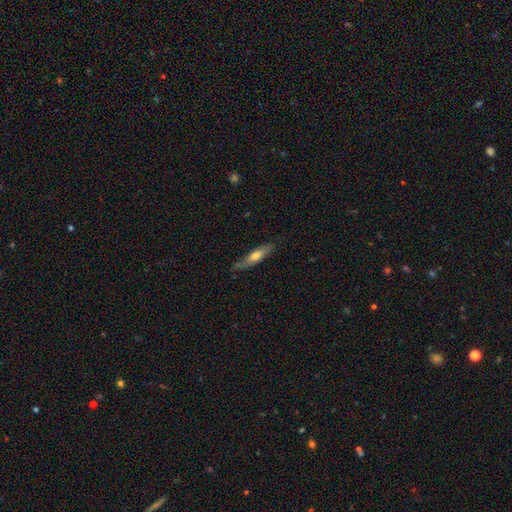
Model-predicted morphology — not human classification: Smooth or featured?
  - smooth: 53% *
  - featured or disk: 41%
  - star or artifact: 6%
How rounded?
  - cigar-shaped: 77% *
  - in between: 21%
  - round: 2%
Merging?
  - none: 75% *
  - minor disturbance: 20%
  - major disturbance: 4%
  - merger: 2%